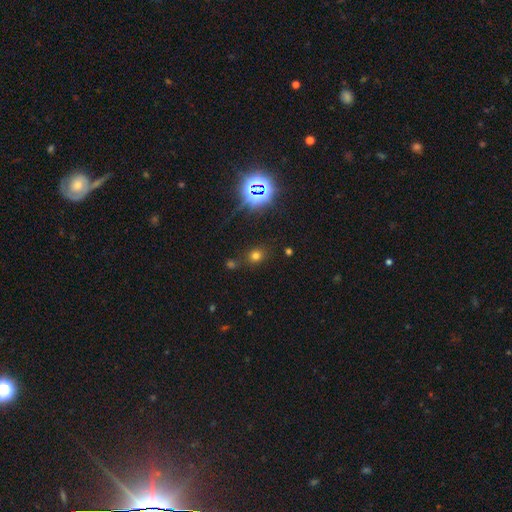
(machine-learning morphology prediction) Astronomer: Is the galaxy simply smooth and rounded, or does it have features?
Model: smooth — 61%.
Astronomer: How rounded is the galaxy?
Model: round — 68%.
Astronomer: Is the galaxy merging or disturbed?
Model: none — 79%.